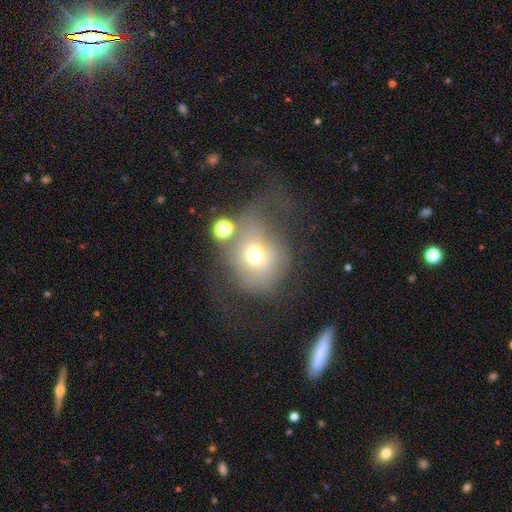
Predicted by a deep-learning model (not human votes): Smooth or featured?
  - smooth: 61% *
  - featured or disk: 23%
  - star or artifact: 16%
How rounded?
  - round: 72% *
  - in between: 27%
  - cigar-shaped: 1%
Merging?
  - major disturbance: 40% *
  - none: 30%
  - minor disturbance: 18%
  - merger: 13%